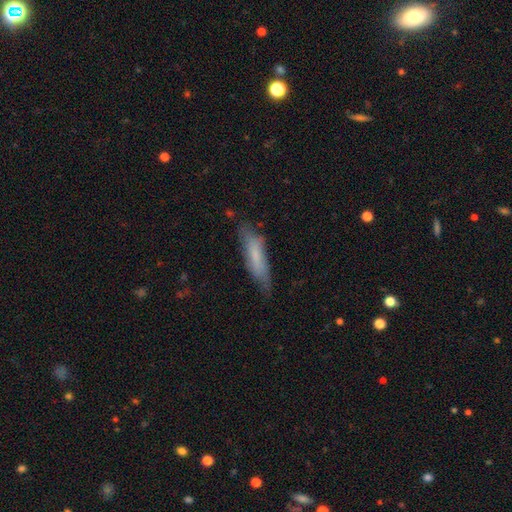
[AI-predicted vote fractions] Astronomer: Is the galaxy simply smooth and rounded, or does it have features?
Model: smooth — 66%.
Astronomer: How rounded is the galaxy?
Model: cigar-shaped — 70%.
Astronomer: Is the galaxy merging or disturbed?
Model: none — 66%.